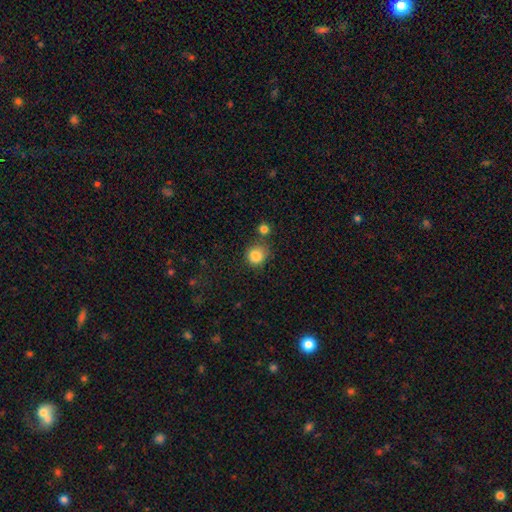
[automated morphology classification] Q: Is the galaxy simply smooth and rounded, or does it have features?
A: smooth — 84%.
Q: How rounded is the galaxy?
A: round — 86%.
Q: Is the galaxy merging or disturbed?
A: none — 68%.